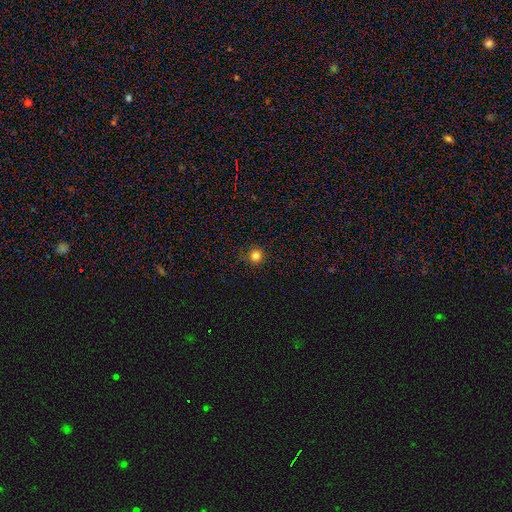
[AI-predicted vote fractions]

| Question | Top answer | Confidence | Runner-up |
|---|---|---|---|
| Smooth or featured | smooth | 81% | star or artifact (14%) |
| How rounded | round | 94% | in between (5%) |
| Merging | none | 90% | minor disturbance (7%) |